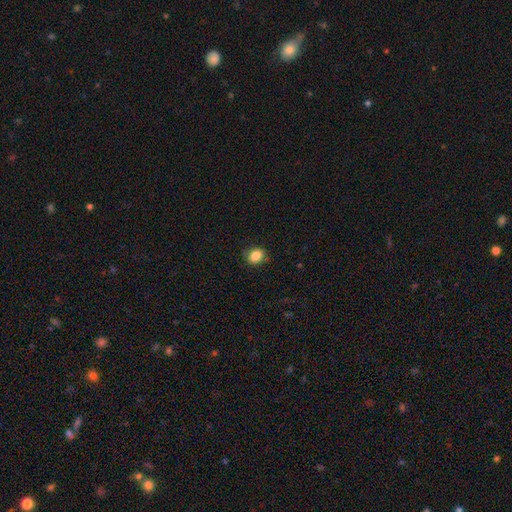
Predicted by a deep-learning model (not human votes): smooth 86%, star or artifact 10%, featured or disk 4%. Down the decision tree: how rounded — round (57%); merging — none (80%).